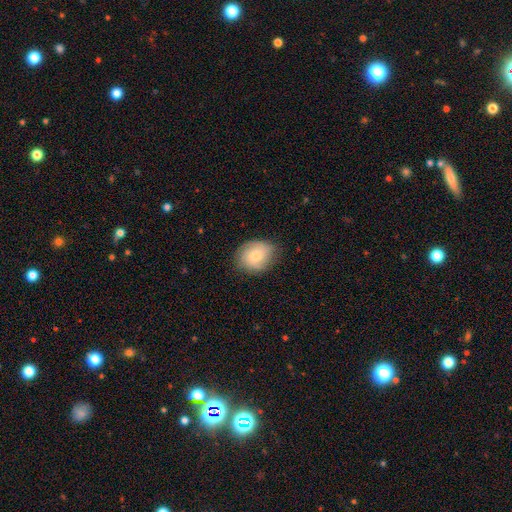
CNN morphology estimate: smooth 61%, featured or disk 31%, star or artifact 8%. Down the decision tree: how rounded — round (52%); merging — none (76%).